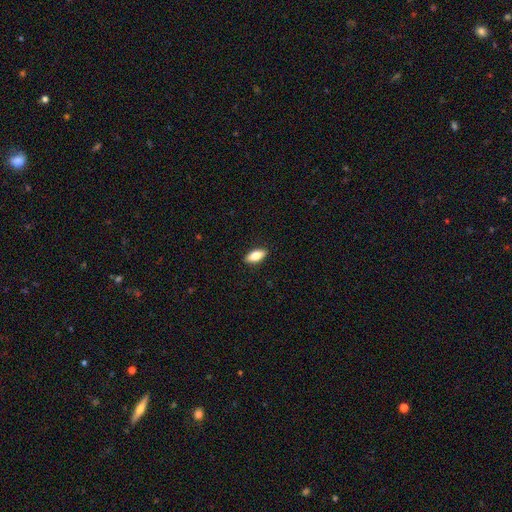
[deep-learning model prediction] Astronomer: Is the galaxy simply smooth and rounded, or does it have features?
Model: smooth — 77%.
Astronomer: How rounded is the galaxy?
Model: in between — 85%.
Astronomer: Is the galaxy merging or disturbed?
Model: none — 90%.